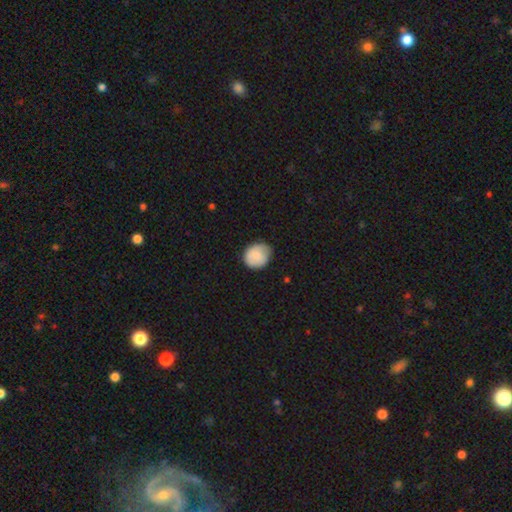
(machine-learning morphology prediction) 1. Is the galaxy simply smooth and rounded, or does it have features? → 83% smooth, 10% featured or disk, 7% star or artifact.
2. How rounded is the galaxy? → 73% round, 26% in between, 1% cigar-shaped.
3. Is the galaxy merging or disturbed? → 72% none, 22% minor disturbance, 4% major disturbance, 1% merger.